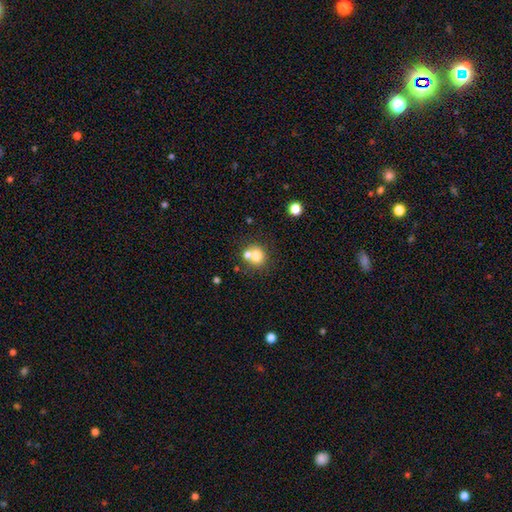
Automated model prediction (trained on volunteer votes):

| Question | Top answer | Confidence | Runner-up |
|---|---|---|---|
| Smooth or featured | smooth | 74% | featured or disk (14%) |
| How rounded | round | 84% | in between (15%) |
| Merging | none | 54% | merger (35%) |